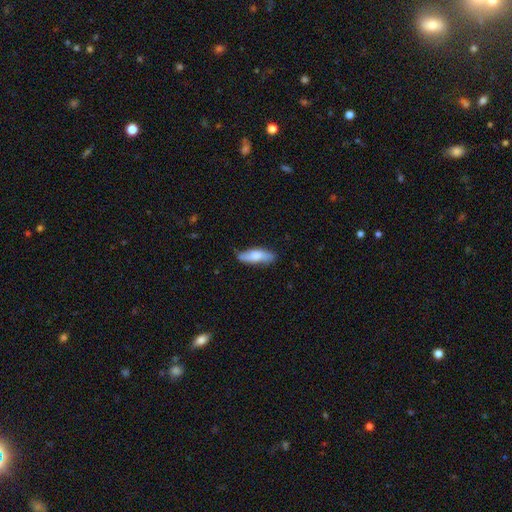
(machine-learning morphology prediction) smooth_or_featured: smooth (p=0.67) [alt: featured or disk p=0.27]
how_rounded: in between (p=0.55) [alt: cigar-shaped p=0.43]
merging: none (p=0.72) [alt: minor disturbance p=0.22]